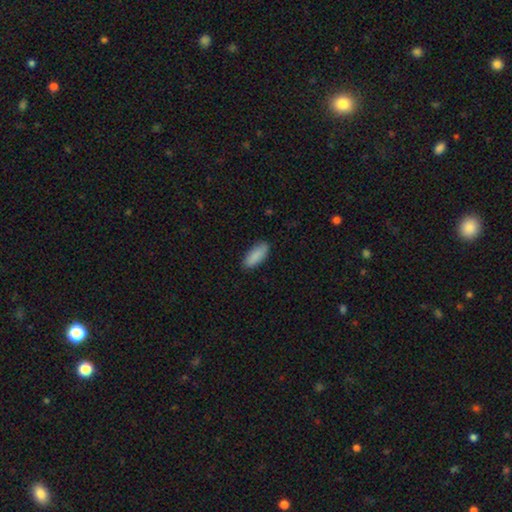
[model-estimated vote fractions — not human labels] The model was most divided on "how rounded": in between: 81%, cigar-shaped: 17%, round: 2%. More confident: smooth or featured — smooth (89%); merging — none (84%).